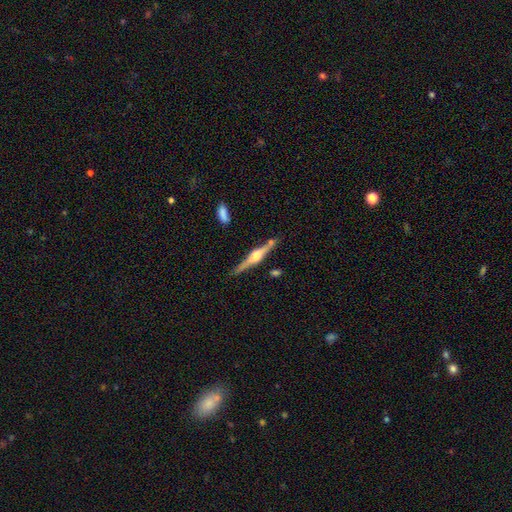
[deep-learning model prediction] smooth_or_featured: featured or disk (p=0.81) [alt: smooth p=0.13]
disk_edge_on: yes (p=0.98) [alt: no p=0.02]
edge_on_bulge: rounded (p=0.87) [alt: boxy p=0.11]
merging: none (p=0.83) [alt: minor disturbance p=0.11]